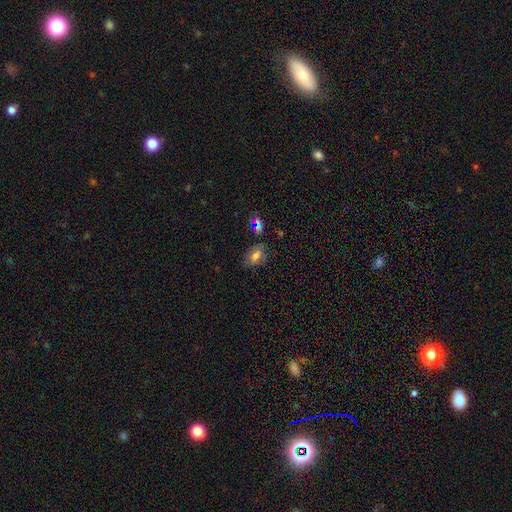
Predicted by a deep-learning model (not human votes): A smooth galaxy with no disk features (67%) that is in between round and cigar-shaped (82%). Merging: none (71%).